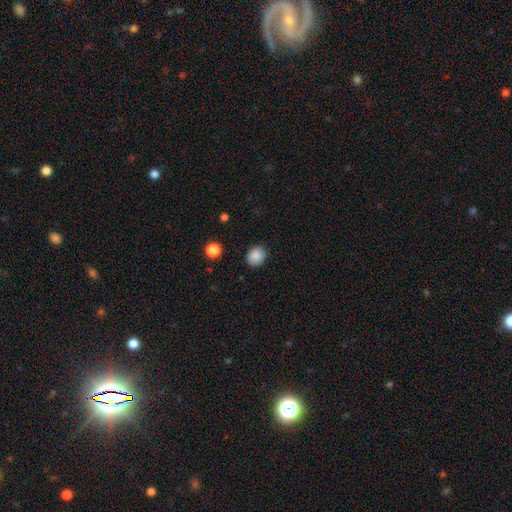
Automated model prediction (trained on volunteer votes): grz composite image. It shows a smooth galaxy with no disk features (87%) that is round (66%). Merging: none (86%).